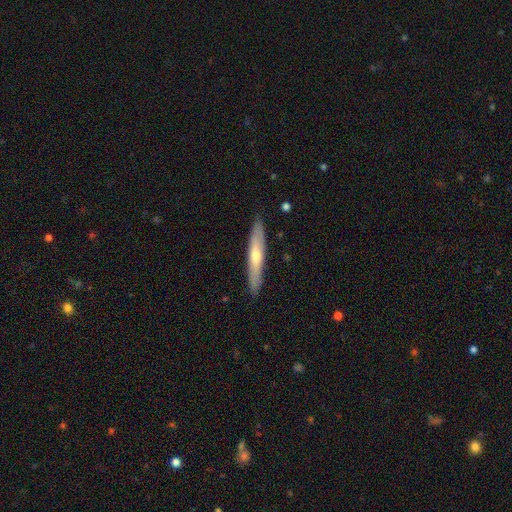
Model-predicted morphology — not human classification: A featured or disk galaxy (49%).

Vote fractions:
- Smooth or featured? featured or disk: 49% / smooth: 45% / star or artifact: 6%
- Merging? none: 89% / minor disturbance: 8% / major disturbance: 1% / merger: 1%